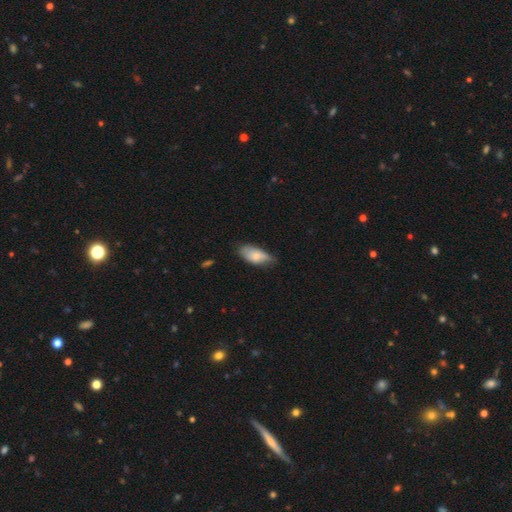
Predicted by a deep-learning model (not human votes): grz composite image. It shows a smooth galaxy with no disk features (69%) that is in between round and cigar-shaped (89%). Merging: none (50%).